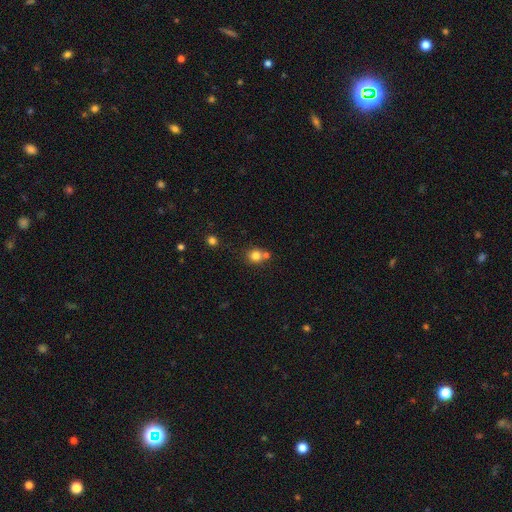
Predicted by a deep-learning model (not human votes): The model was most divided on "merging": none: 57%, merger: 30%, minor disturbance: 9%, major disturbance: 3%. More confident: how rounded — round (86%); smooth or featured — smooth (79%).